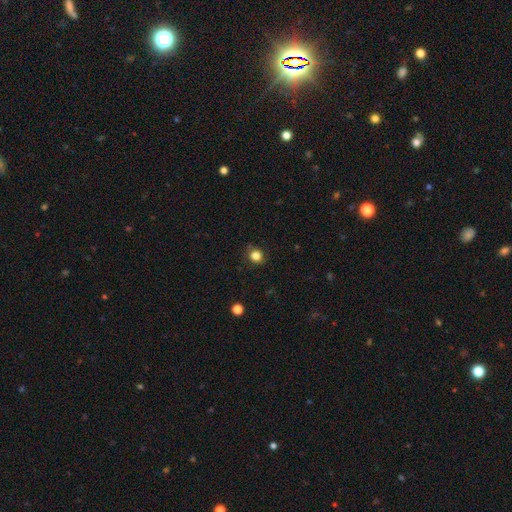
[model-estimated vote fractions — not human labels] Smooth or featured: smooth — 83% (star or artifact — 13%)
How rounded: round — 86% (in between — 13%)
Merging: none — 85% (minor disturbance — 10%)